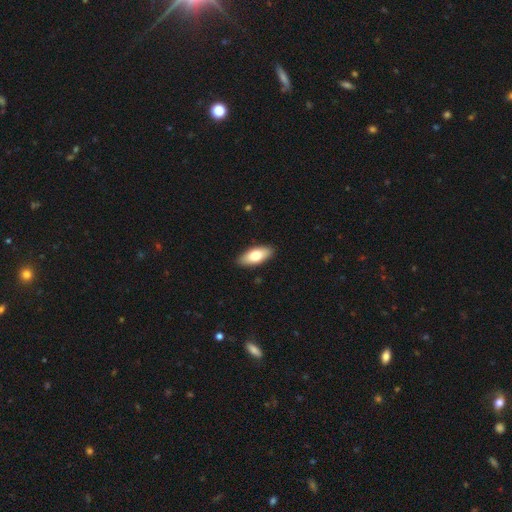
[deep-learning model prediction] Overall: smooth (75%). How rounded: in between (85%). Merging: none (90%).